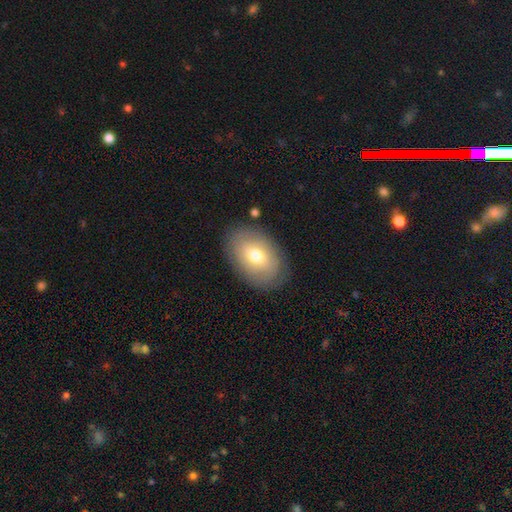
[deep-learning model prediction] Smooth or featured? smooth (63%)
How rounded? in between (81%)
Merging? none (81%)